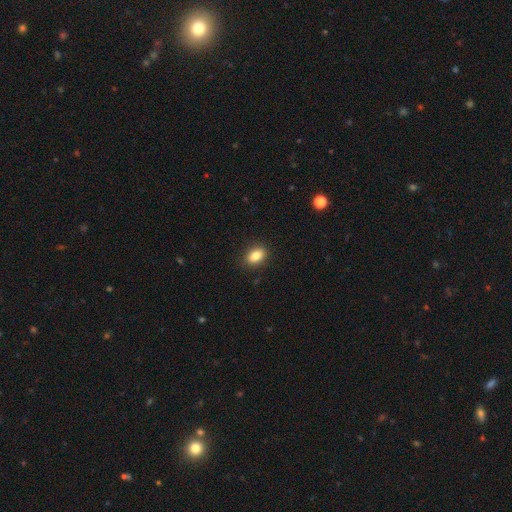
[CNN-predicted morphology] Smooth or featured? smooth (85%)
How rounded? in between (85%)
Merging? none (89%)